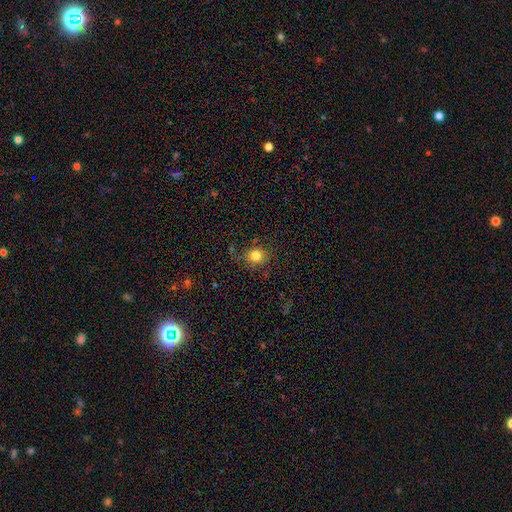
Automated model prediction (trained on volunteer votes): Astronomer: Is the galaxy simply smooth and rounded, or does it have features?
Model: smooth — 80%.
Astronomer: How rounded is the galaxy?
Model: round — 76%.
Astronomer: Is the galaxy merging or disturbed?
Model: none — 80%.